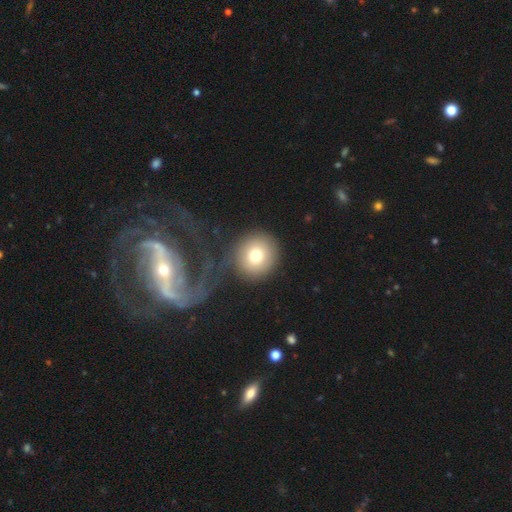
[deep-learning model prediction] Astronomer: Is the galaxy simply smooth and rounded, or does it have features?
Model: smooth — 74%.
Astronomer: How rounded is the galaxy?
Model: round — 88%.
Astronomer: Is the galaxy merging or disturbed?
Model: none — 74%.